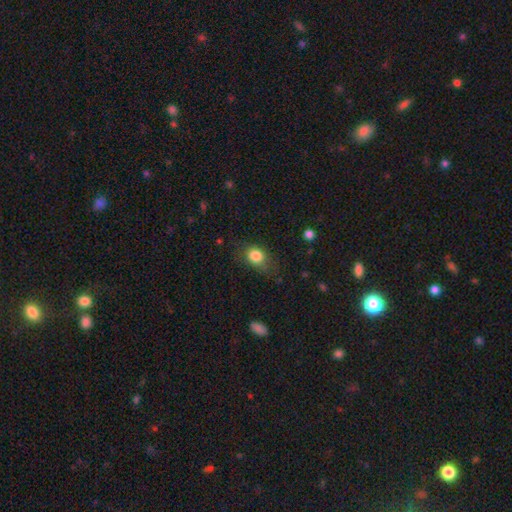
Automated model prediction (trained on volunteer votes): smooth_or_featured: smooth (p=0.83) [alt: star or artifact p=0.10]
how_rounded: in between (p=0.54) [alt: round p=0.45]
merging: none (p=0.66) [alt: minor disturbance p=0.24]